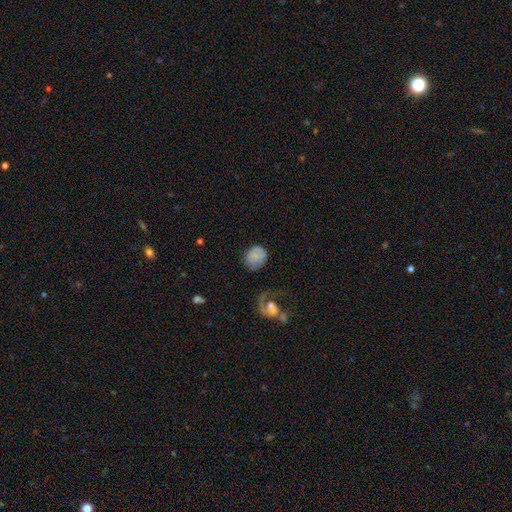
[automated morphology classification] type=smooth (65%); roundness=round (64%); merging=none (55%).